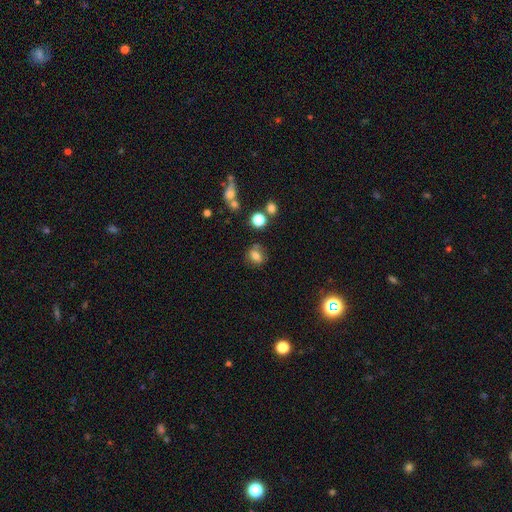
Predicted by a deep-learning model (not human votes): This is likely a smooth galaxy (73%). How rounded: possibly round (49%, tied with in between). Merging: likely none (70%).